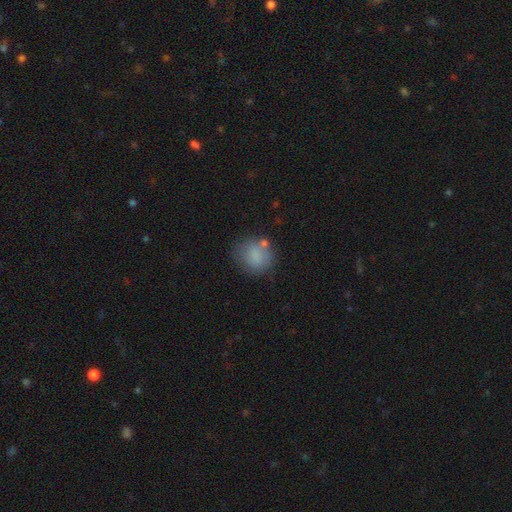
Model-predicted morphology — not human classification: The model was most divided on "merging": none: 64%, minor disturbance: 19%, merger: 9%, major disturbance: 7%. More confident: smooth or featured — smooth (80%); how rounded — round (75%).